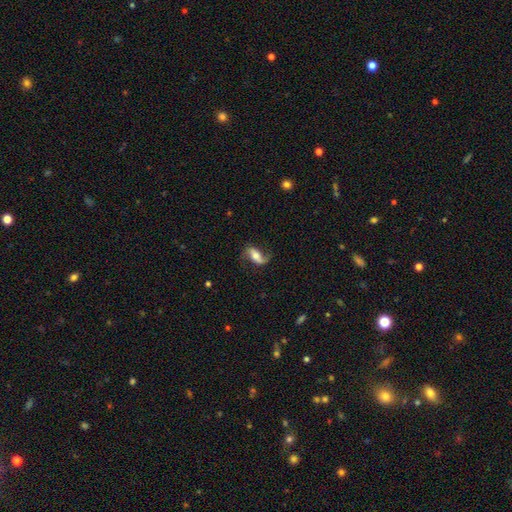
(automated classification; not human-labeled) A featured or disk galaxy (75%) with no bar (36%), 2 (86%) loose (73%) spiral arms (93%) and a moderate central bulge (53%). Merging: none (69%).